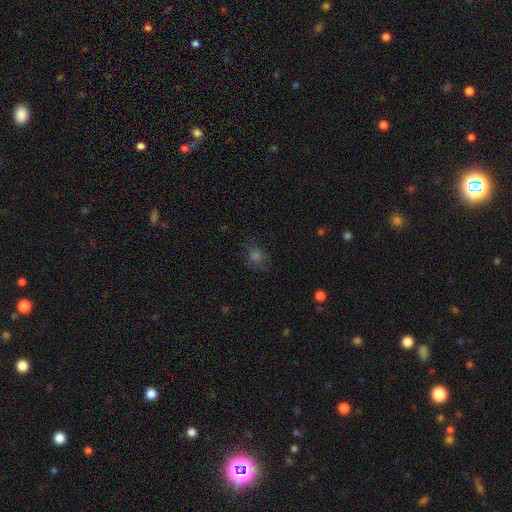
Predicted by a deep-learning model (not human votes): Smooth or featured: smooth — 53% (star or artifact — 30%)
How rounded: round — 67% (in between — 32%)
Merging: none — 70% (minor disturbance — 18%)